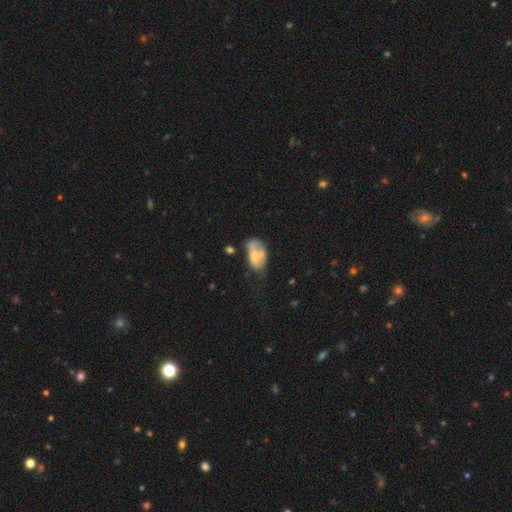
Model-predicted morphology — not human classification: smooth-or-featured: smooth: 55% | featured or disk: 36% | star or artifact: 9%
  how-rounded: in between: 90% | round: 6% | cigar-shaped: 4%
  merging: none: 30% | merger: 28% | minor disturbance: 25% | major disturbance: 17%